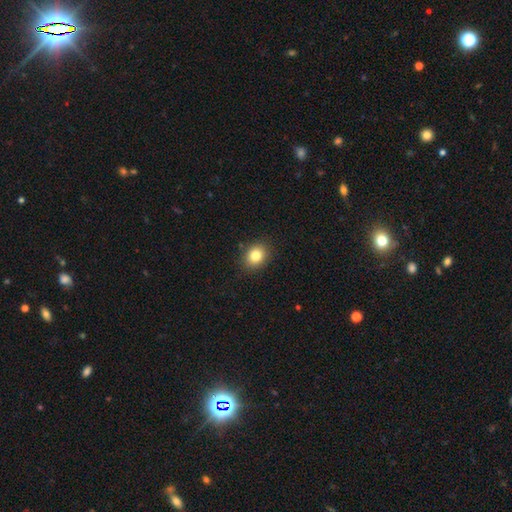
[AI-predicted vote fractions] smooth 82%, star or artifact 10%, featured or disk 7%. Down the decision tree: how rounded — round (52%); merging — none (88%).